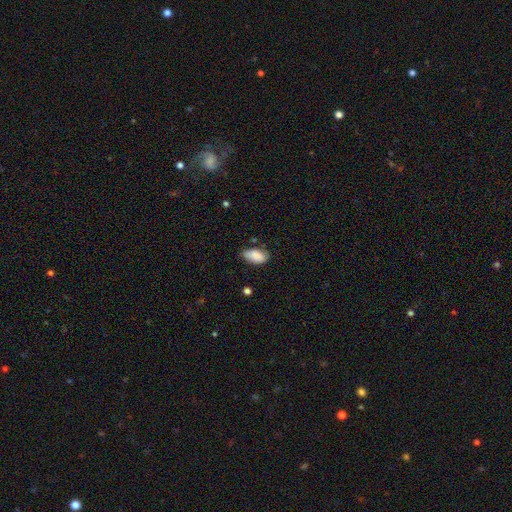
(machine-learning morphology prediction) Q: Smooth or featured?
A: smooth (87%); runner-up: star or artifact (7%)
Q: How rounded?
A: in between (92%); runner-up: cigar-shaped (5%)
Q: Merging?
A: none (63%); runner-up: minor disturbance (29%)